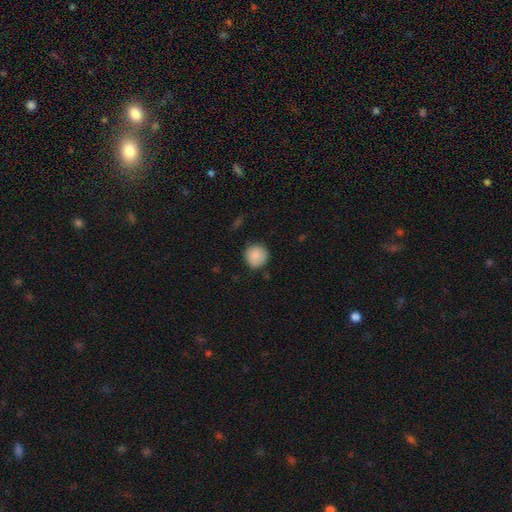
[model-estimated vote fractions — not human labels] This appears to be a smooth galaxy with no disk features (86%) that is round (93%). Merging: none (83%).